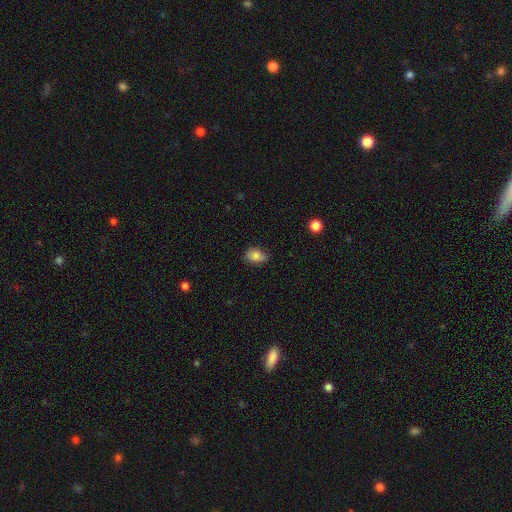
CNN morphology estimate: smooth_or_featured: smooth (p=0.80) [alt: featured or disk p=0.11]
how_rounded: in between (p=0.78) [alt: round p=0.20]
merging: none (p=0.69) [alt: minor disturbance p=0.26]